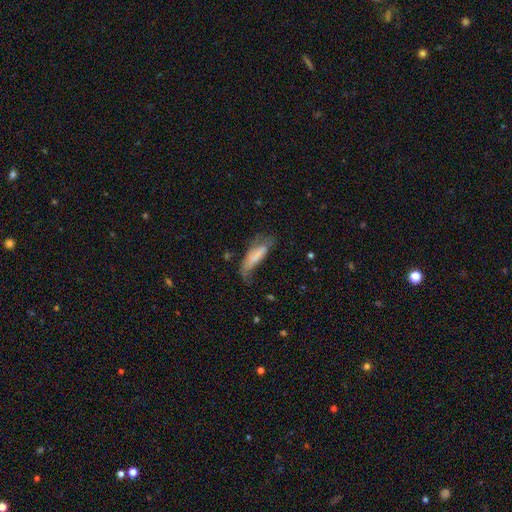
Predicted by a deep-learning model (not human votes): Smooth or featured?
  - smooth: 67% *
  - featured or disk: 25%
  - star or artifact: 8%
How rounded?
  - cigar-shaped: 55% *
  - in between: 44%
  - round: 2%
Merging?
  - major disturbance: 34% *
  - minor disturbance: 32%
  - none: 30%
  - merger: 4%